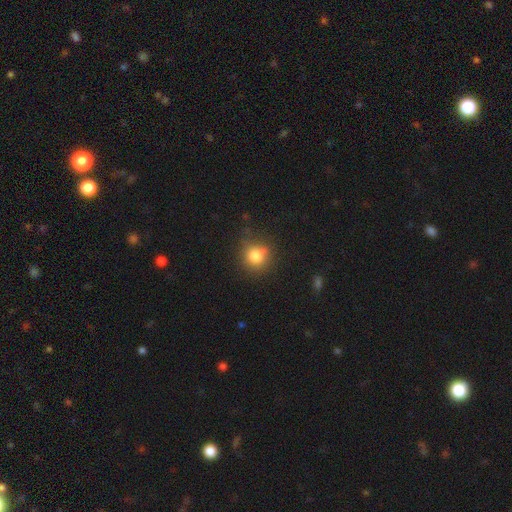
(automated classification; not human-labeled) Smooth or featured?
  - smooth: 81% *
  - star or artifact: 12%
  - featured or disk: 7%
How rounded?
  - round: 89% *
  - in between: 10%
  - cigar-shaped: 1%
Merging?
  - none: 73% *
  - minor disturbance: 17%
  - merger: 5%
  - major disturbance: 5%